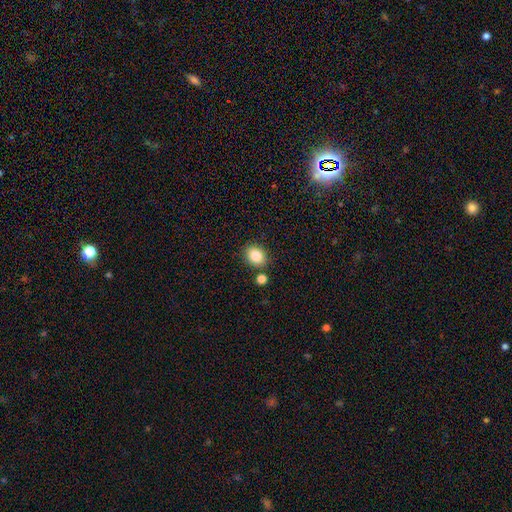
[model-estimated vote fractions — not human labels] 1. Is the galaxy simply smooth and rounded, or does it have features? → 85% smooth, 9% star or artifact, 6% featured or disk.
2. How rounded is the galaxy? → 50% round, 49% in between, 1% cigar-shaped.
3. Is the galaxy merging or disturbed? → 80% none, 10% minor disturbance, 7% merger, 3% major disturbance.